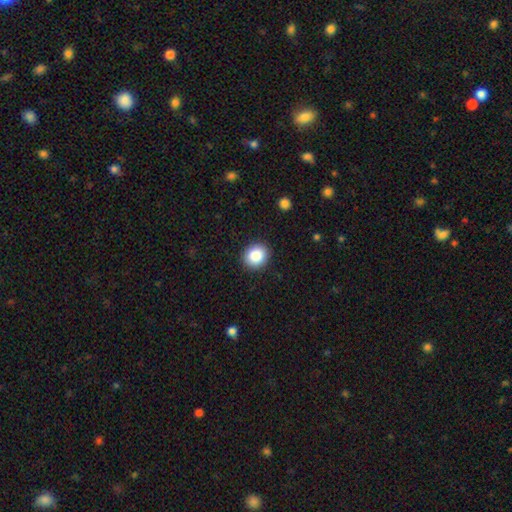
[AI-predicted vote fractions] Morphology: type=smooth (87%); roundness=round (79%); merging=none (91%).